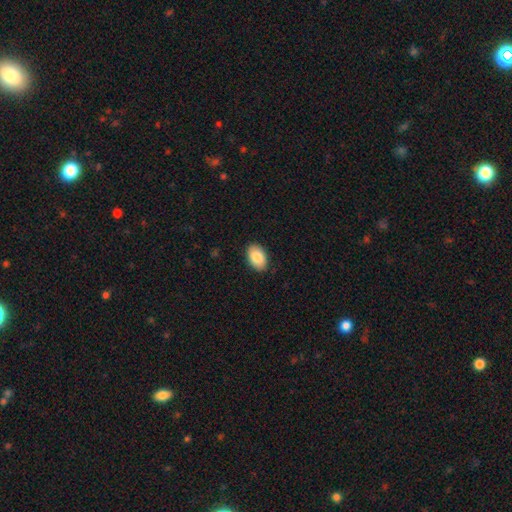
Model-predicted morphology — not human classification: Smooth or featured: smooth — 86% (featured or disk — 7%)
How rounded: in between — 90% (round — 9%)
Merging: none — 89% (minor disturbance — 8%)